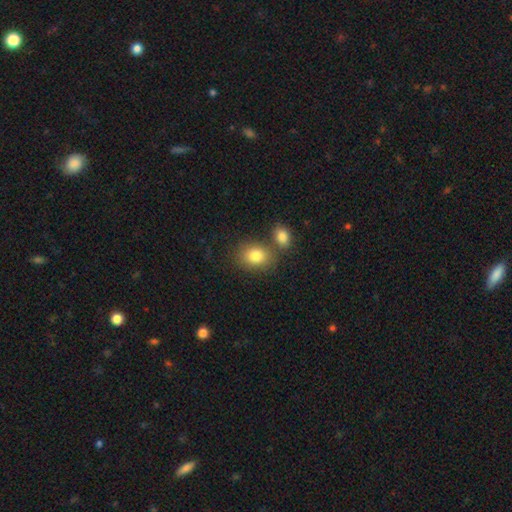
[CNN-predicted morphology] smooth_or_featured: smooth (p=0.84) [alt: star or artifact p=0.09]
how_rounded: in between (p=0.62) [alt: round p=0.36]
merging: none (p=0.61) [alt: merger p=0.24]